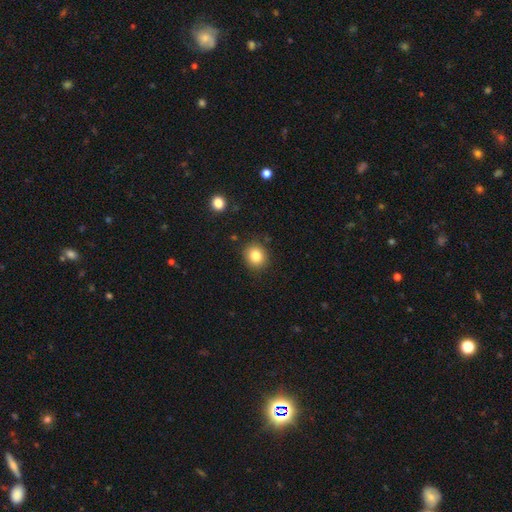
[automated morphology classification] Smooth or featured? Predicted: smooth (p=0.83). How rounded? Predicted: round (p=0.79). Merging? Predicted: none (p=0.88).